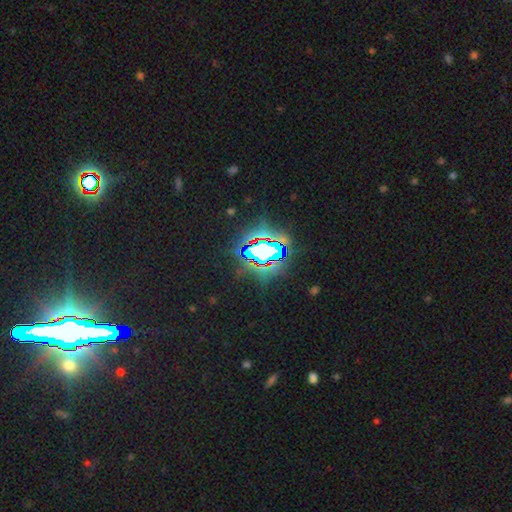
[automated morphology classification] smooth_or_featured: star or artifact (p=0.75) [alt: smooth p=0.14]